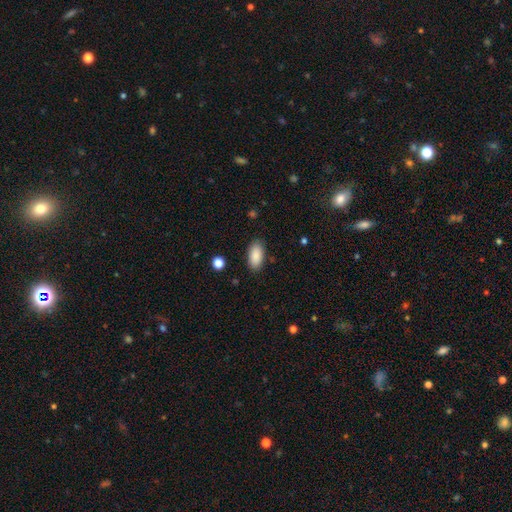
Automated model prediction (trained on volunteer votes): Morphology: type=smooth (89%); roundness=in between (92%); merging=none (87%).